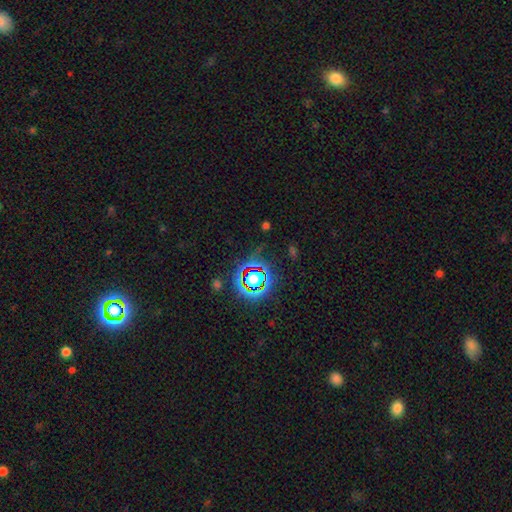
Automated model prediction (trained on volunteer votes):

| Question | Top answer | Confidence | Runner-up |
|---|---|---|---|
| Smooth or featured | star or artifact | 78% | smooth (13%) |